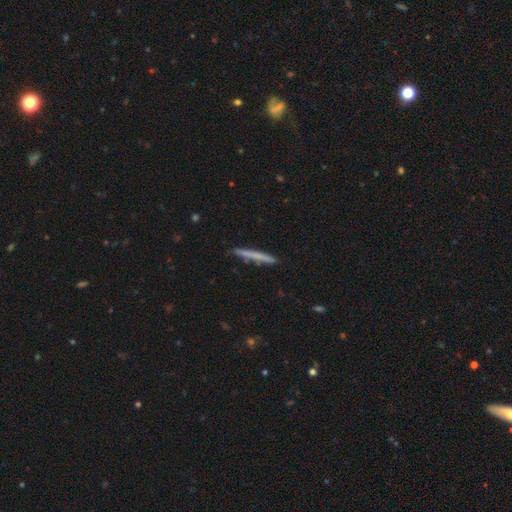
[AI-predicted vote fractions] Q: Smooth or featured?
A: smooth (60%); runner-up: featured or disk (34%)
Q: How rounded?
A: cigar-shaped (96%); runner-up: in between (2%)
Q: Merging?
A: none (88%); runner-up: minor disturbance (9%)